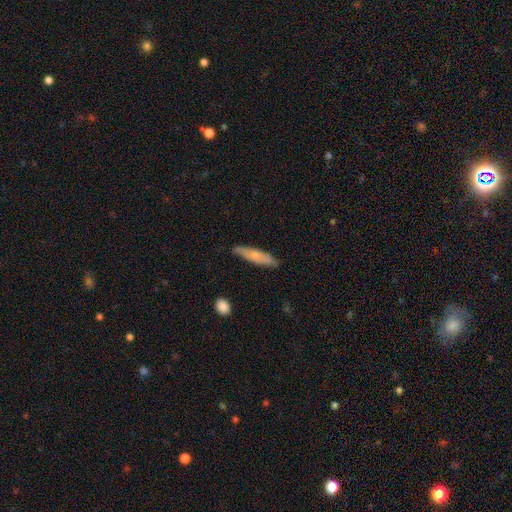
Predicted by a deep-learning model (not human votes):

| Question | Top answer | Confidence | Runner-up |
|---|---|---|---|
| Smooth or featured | smooth | 62% | featured or disk (32%) |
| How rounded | cigar-shaped | 78% | in between (20%) |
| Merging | none | 78% | minor disturbance (17%) |